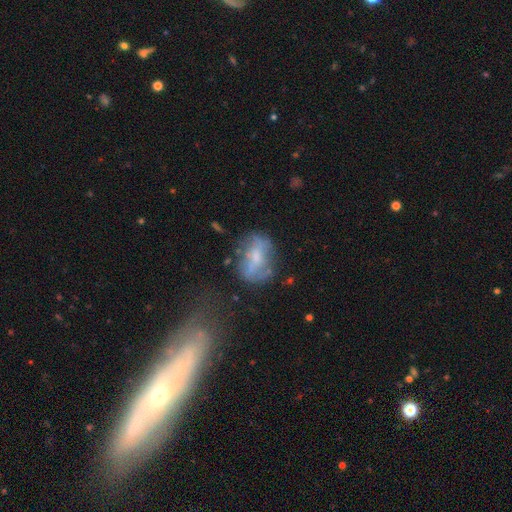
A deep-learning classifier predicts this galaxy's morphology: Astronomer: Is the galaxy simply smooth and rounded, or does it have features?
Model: featured or disk — 49% (runner-up: smooth, 40%).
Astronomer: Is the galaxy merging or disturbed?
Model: none — 49% (runner-up: minor disturbance, 25%).